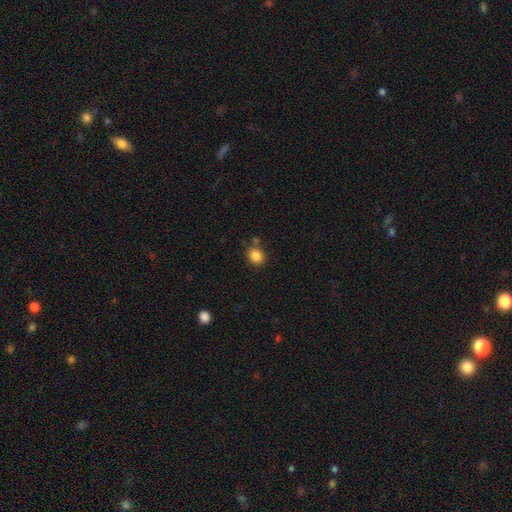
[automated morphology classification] This appears to be a smooth galaxy with no disk features (85%) that is round (69%). Merging: none (76%).